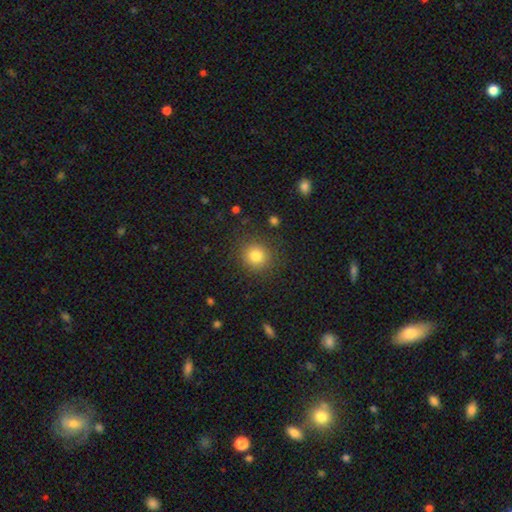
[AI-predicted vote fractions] smooth-or-featured: smooth: 82% | star or artifact: 12% | featured or disk: 6%
  how-rounded: round: 89% | in between: 10% | cigar-shaped: 1%
  merging: none: 87% | minor disturbance: 8% | major disturbance: 3% | merger: 1%